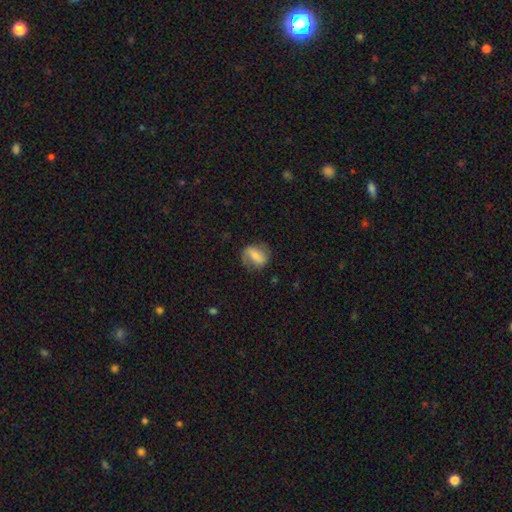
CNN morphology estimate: Overall: smooth (50%; featured or disk 42%). How rounded: in between (60%; round 37%). Merging: none (66%).